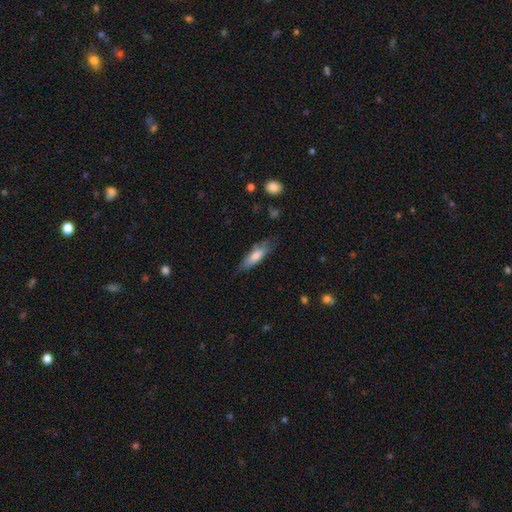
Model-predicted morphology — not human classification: This is likely a smooth galaxy (71%). How rounded: possibly cigar-shaped (58%). Merging: likely none (72%).